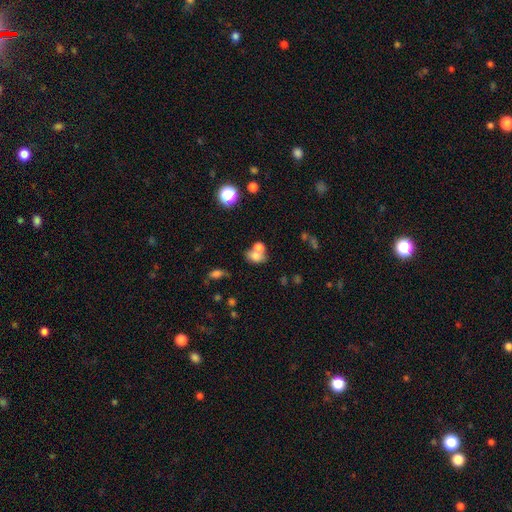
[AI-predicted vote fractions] Overall: smooth (72%). How rounded: in between (63%; round 36%). Merging: merger (50%; none 34%).